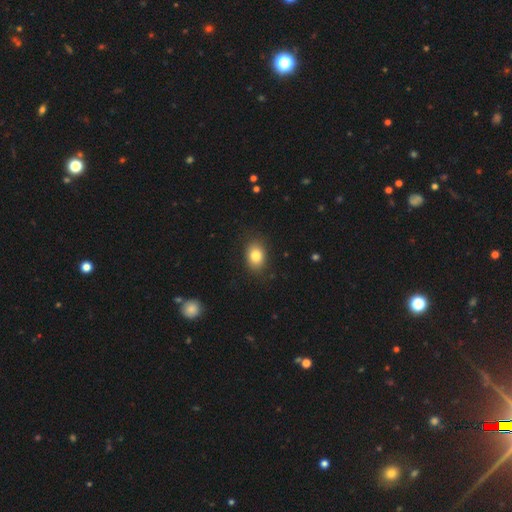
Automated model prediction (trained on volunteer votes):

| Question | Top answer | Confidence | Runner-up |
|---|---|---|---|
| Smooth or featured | smooth | 82% | star or artifact (9%) |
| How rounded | in between | 69% | round (30%) |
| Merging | none | 85% | minor disturbance (11%) |